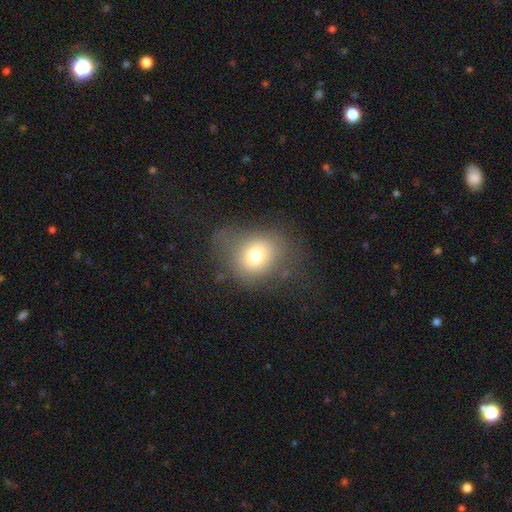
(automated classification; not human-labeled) smooth 72%, featured or disk 15%, star or artifact 13%. Down the decision tree: how rounded — round (62%); merging — none (62%).